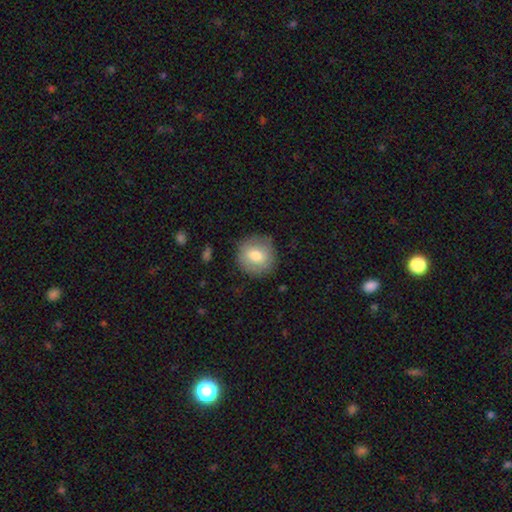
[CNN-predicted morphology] A smooth galaxy with no disk features (74%) that is round (91%). Merging: none (84%).